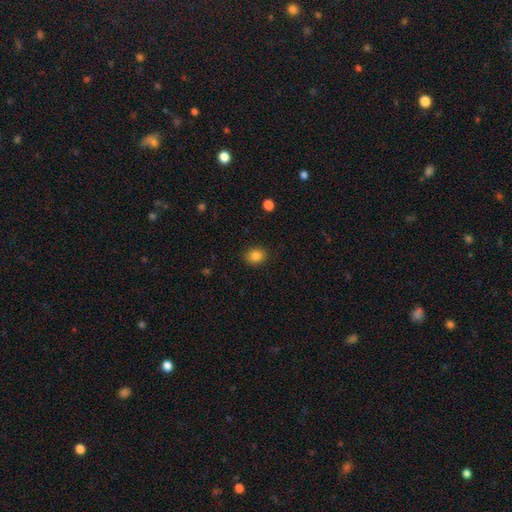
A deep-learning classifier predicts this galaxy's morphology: type=smooth (85%); roundness=round (57%); merging=none (89%).